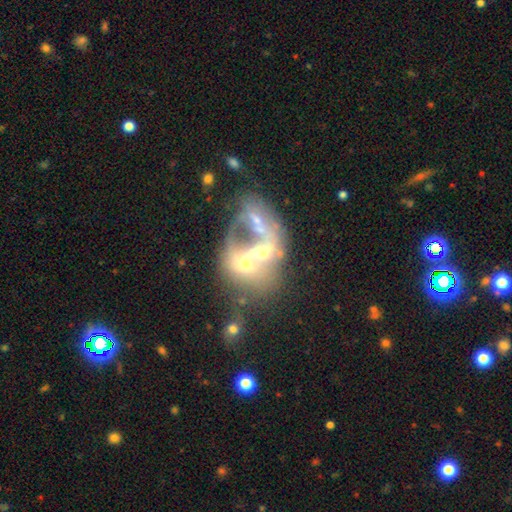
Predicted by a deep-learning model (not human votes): This is likely a featured or disk galaxy (63%). It is clearly not viewed edge-on (97%). Bar: likely no (79%). Spiral arm pattern: likely no (67%). Central bulge: marginally moderate (38%). Merging: likely merger (68%).